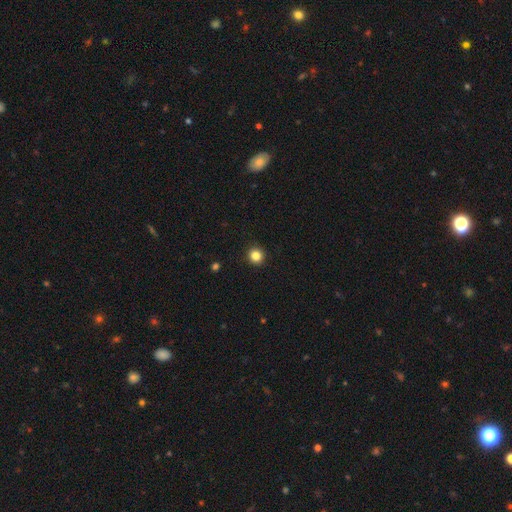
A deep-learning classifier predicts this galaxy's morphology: smooth_or_featured: smooth (p=0.84) [alt: star or artifact p=0.12]
how_rounded: round (p=0.94) [alt: in between p=0.05]
merging: none (p=0.93) [alt: minor disturbance p=0.04]